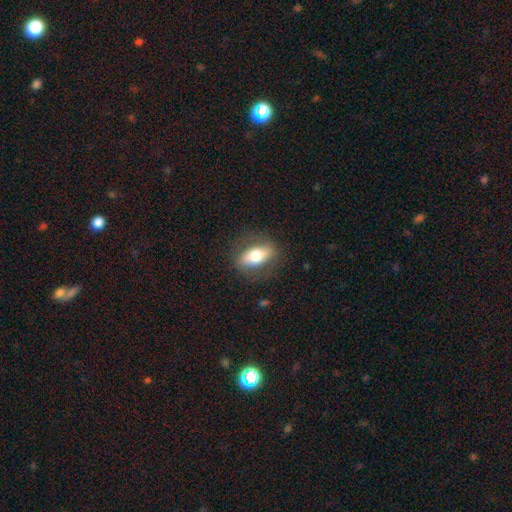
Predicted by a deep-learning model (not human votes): Smooth or featured: smooth — 62% (featured or disk — 31%)
How rounded: in between — 81% (round — 10%)
Merging: none — 81% (minor disturbance — 13%)